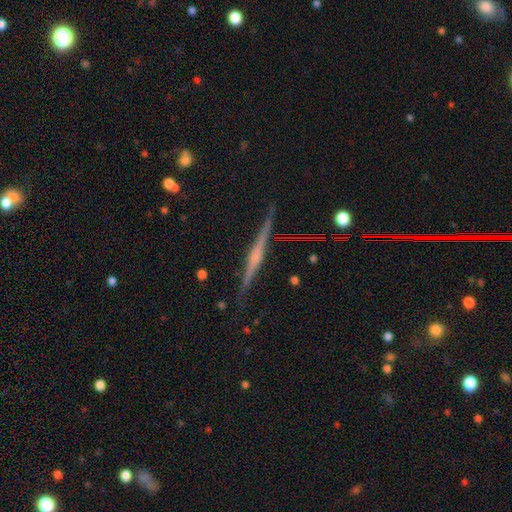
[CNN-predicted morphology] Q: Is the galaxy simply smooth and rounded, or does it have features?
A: featured or disk — 81%.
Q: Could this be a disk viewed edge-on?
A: yes — 98%.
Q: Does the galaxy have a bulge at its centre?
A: rounded — 58%.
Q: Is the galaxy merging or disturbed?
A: none — 90%.